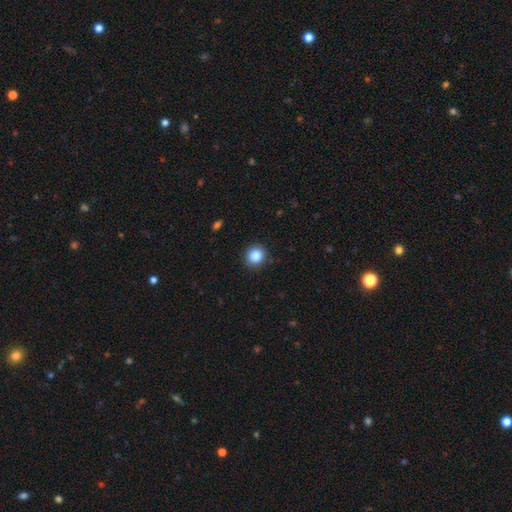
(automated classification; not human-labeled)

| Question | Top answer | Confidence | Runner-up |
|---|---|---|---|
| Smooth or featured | smooth | 86% | star or artifact (10%) |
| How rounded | round | 88% | in between (11%) |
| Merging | none | 90% | minor disturbance (7%) |